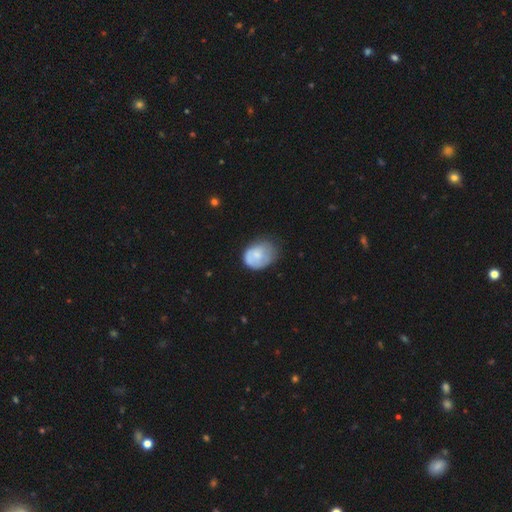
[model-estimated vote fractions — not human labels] smooth-or-featured: smooth: 68% | featured or disk: 25% | star or artifact: 7%
  how-rounded: in between: 60% | round: 39% | cigar-shaped: 1%
  merging: none: 42% | minor disturbance: 38% | major disturbance: 18% | merger: 2%